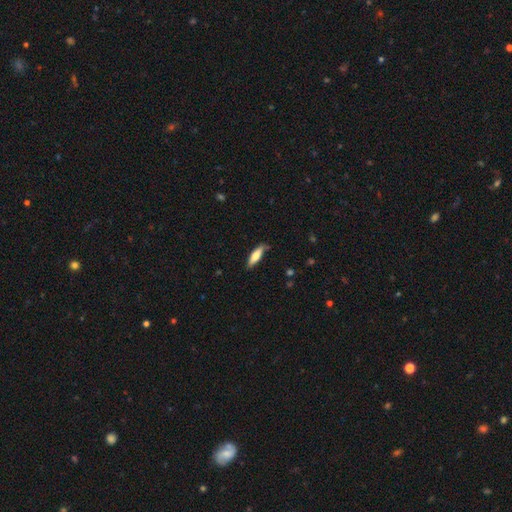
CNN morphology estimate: smooth_or_featured: smooth (p=0.63) [alt: featured or disk p=0.31]
how_rounded: cigar-shaped (p=0.60) [alt: in between p=0.39]
merging: none (p=0.80) [alt: minor disturbance p=0.16]